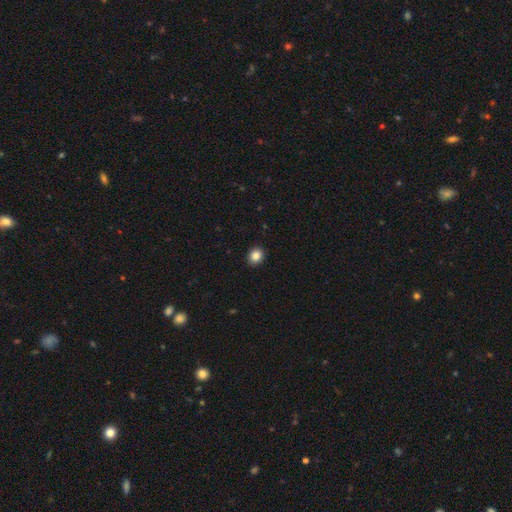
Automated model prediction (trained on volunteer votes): Smooth or featured? smooth (86%)
How rounded? round (73%)
Merging? none (92%)